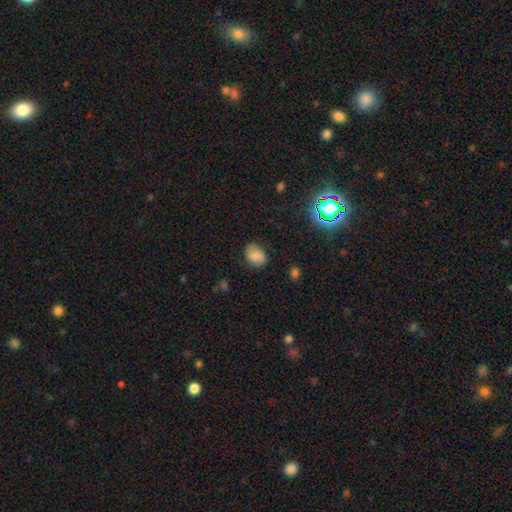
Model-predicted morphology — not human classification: This appears to be a smooth galaxy with no disk features (71%) that is in between round and cigar-shaped (58%). Merging: none (73%).